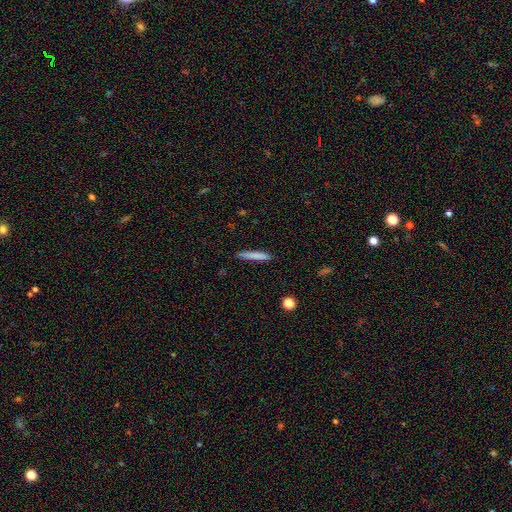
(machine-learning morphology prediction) Overall: smooth (78%). How rounded: cigar-shaped (94%). Merging: none (89%).